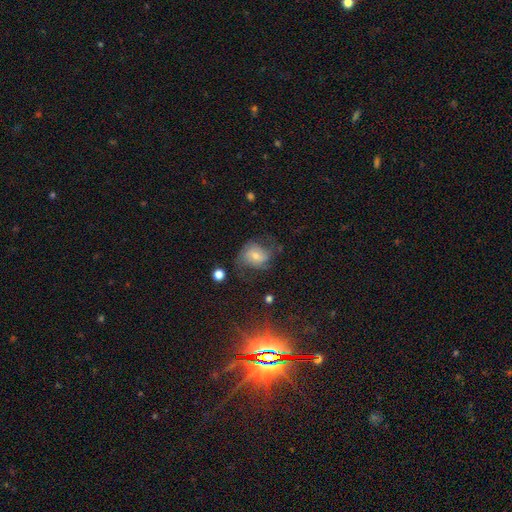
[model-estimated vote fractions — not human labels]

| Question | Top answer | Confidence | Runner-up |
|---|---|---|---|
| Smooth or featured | featured or disk | 47% | smooth (43%) |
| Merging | none | 46% | minor disturbance (26%) |